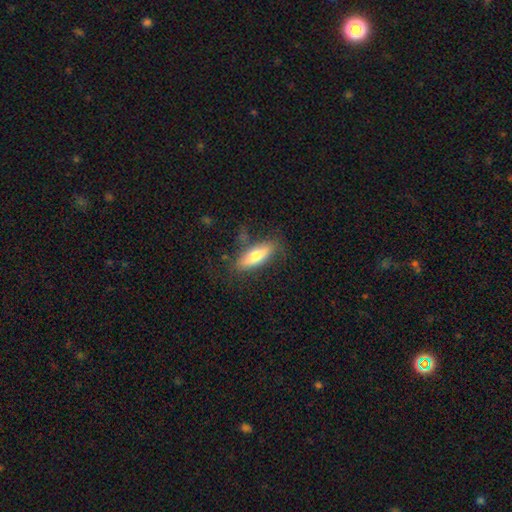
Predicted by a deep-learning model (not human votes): Overall: smooth (69%). How rounded: in between (60%; cigar-shaped 38%). Merging: none (73%).